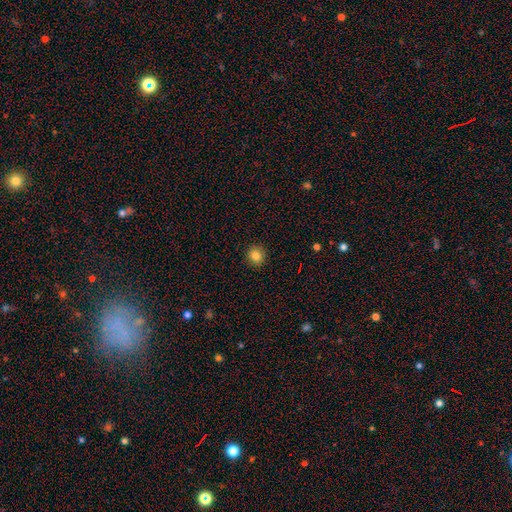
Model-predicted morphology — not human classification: The model was most divided on "smooth or featured": smooth: 84%, star or artifact: 11%, featured or disk: 5%. More confident: merging — none (92%); how rounded — round (91%).